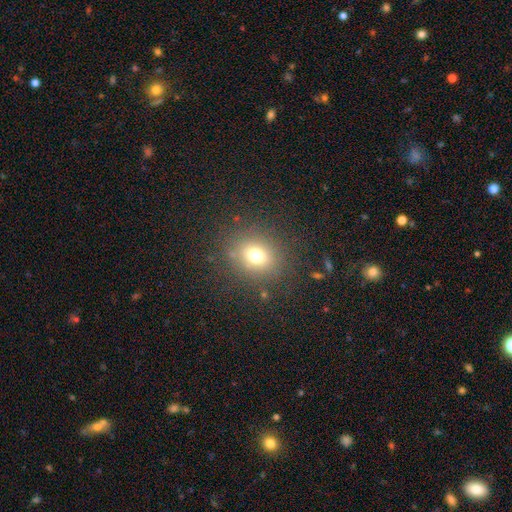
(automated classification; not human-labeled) Smooth or featured? Predicted: smooth (p=0.72). How rounded? Predicted: round (p=0.67). Merging? Predicted: none (p=0.82).